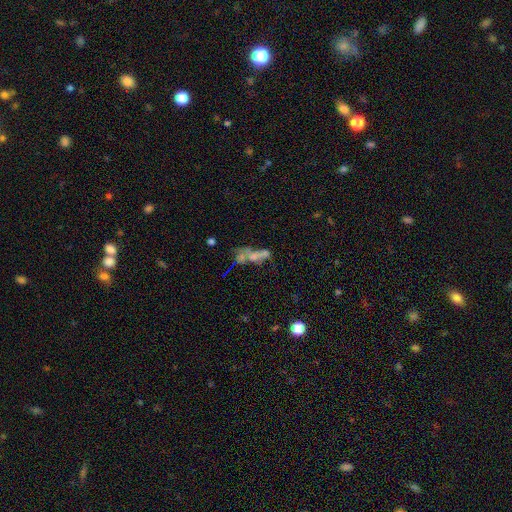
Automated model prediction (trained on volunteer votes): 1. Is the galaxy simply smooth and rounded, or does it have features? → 41% smooth, 40% featured or disk, 19% star or artifact.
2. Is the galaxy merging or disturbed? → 50% merger, 20% major disturbance, 20% none, 10% minor disturbance.